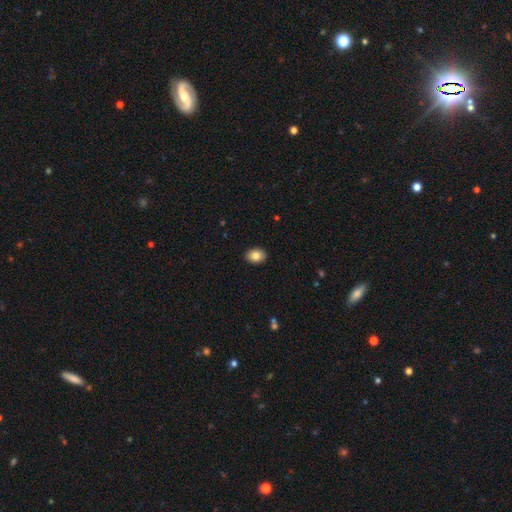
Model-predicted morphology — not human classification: smooth 84%, featured or disk 8%, star or artifact 8%. Down the decision tree: how rounded — in between (73%); merging — none (91%).